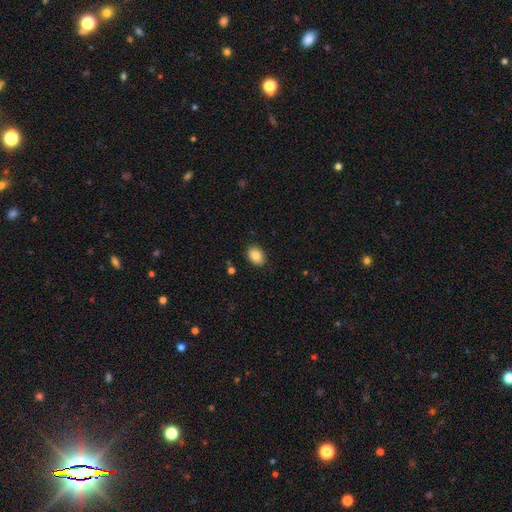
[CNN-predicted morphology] This is clearly a smooth galaxy (86%). How rounded: likely in between (79%). Merging: clearly none (88%).